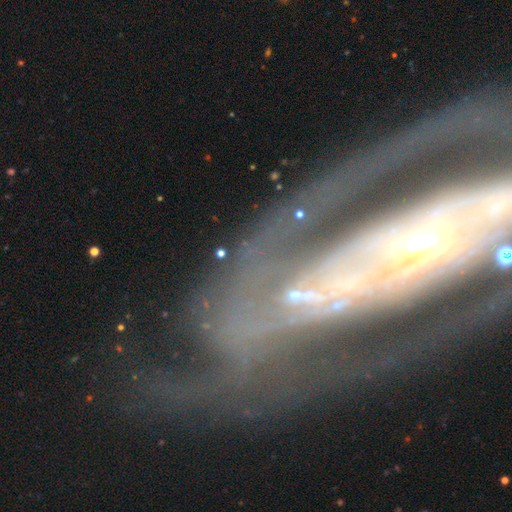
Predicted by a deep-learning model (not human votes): A featured or disk galaxy (85%) with a strong bar (44%), 2 (63%) tight (44%) spiral arms (84%) and a small central bulge (50%). Merging: none (56%).